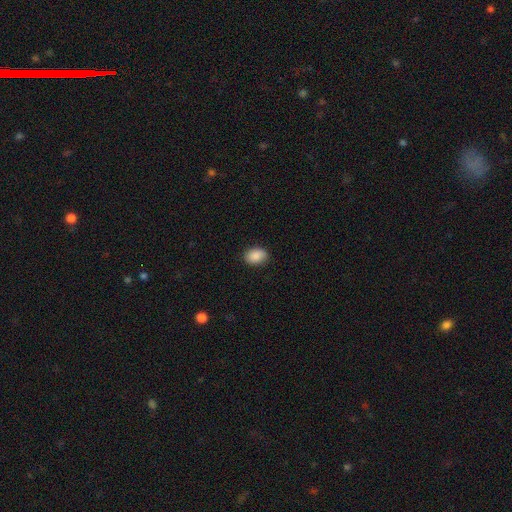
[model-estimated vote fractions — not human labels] Overall: smooth (89%). How rounded: in between (71%). Merging: none (86%).